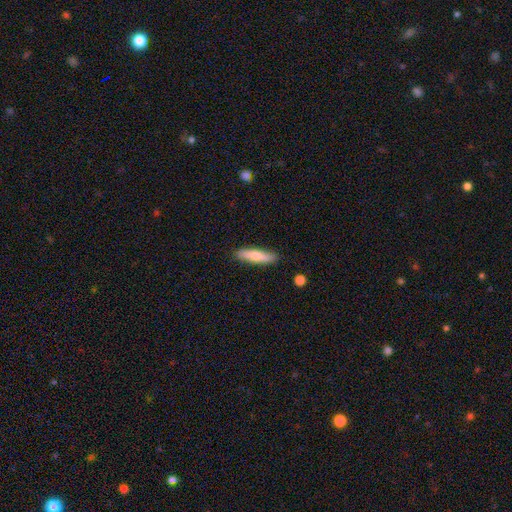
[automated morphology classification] This is likely a smooth galaxy (71%). How rounded: likely cigar-shaped (78%). Merging: clearly none (88%).